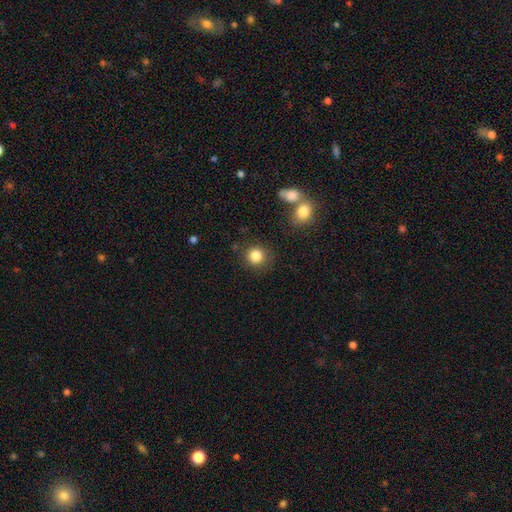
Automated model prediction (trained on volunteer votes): This is clearly a smooth galaxy (85%). How rounded: clearly round (90%). Merging: clearly none (84%).